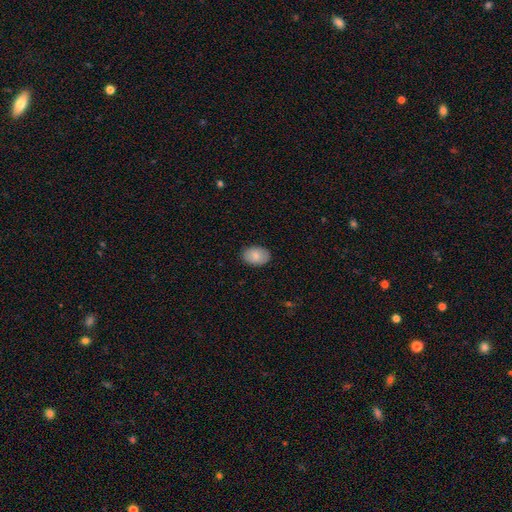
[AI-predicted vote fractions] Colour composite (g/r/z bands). It shows a smooth galaxy with no disk features (85%) that is in between round and cigar-shaped (83%). Merging: none (88%).